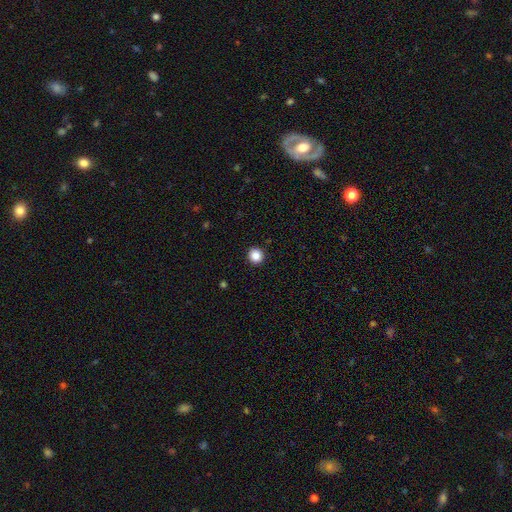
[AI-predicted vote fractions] Smooth or featured? Predicted: smooth (p=0.85). How rounded? Predicted: round (p=0.94). Merging? Predicted: none (p=0.93).